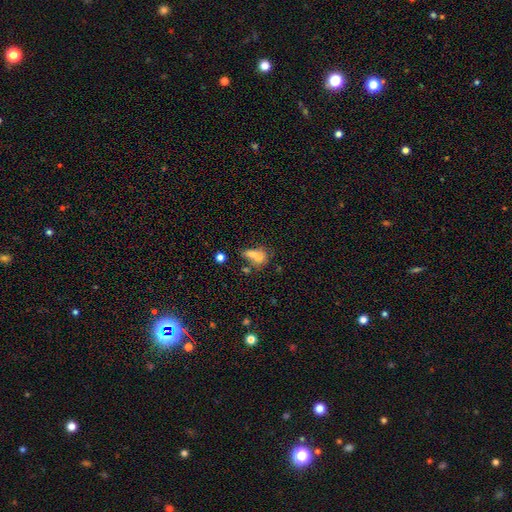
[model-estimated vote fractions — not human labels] smooth 67%, featured or disk 21%, star or artifact 12%. Down the decision tree: how rounded — in between (55%); merging — merger (55%).